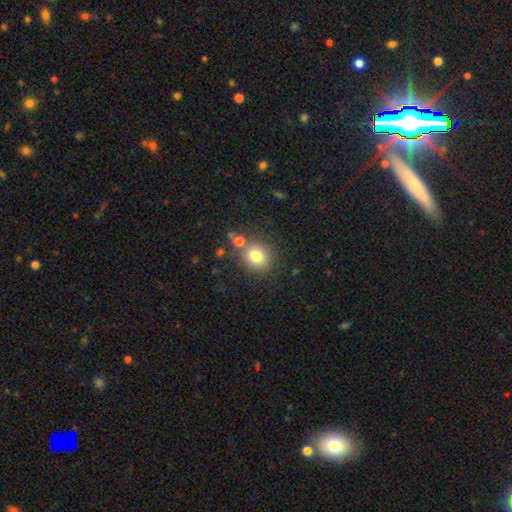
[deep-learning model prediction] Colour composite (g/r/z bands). It shows a smooth galaxy with no disk features (79%) that is round (83%). Merging: none (74%).